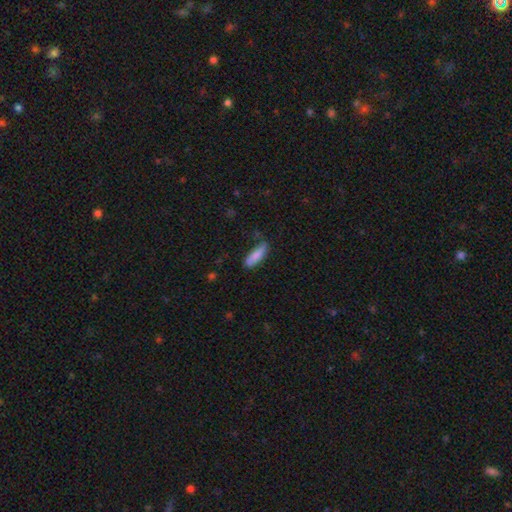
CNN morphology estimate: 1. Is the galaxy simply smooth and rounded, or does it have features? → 81% smooth, 13% featured or disk, 6% star or artifact.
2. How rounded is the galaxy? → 55% cigar-shaped, 43% in between, 2% round.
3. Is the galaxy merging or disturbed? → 68% none, 24% minor disturbance, 5% major disturbance, 3% merger.